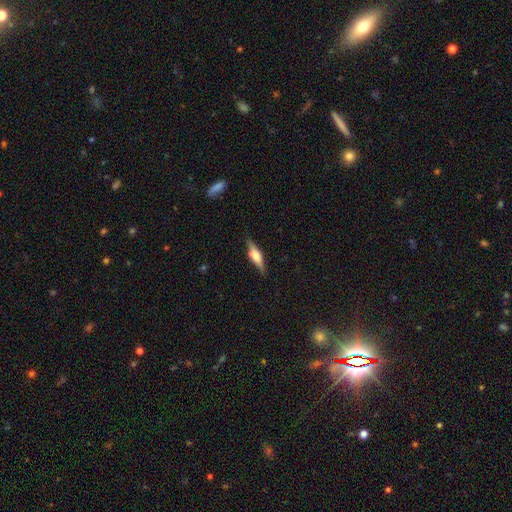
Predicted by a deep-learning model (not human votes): Overall: featured or disk (60%; smooth 33%). Edge-on disk: yes (95%). Edge-on bulge: rounded (83%). Merging: none (86%).